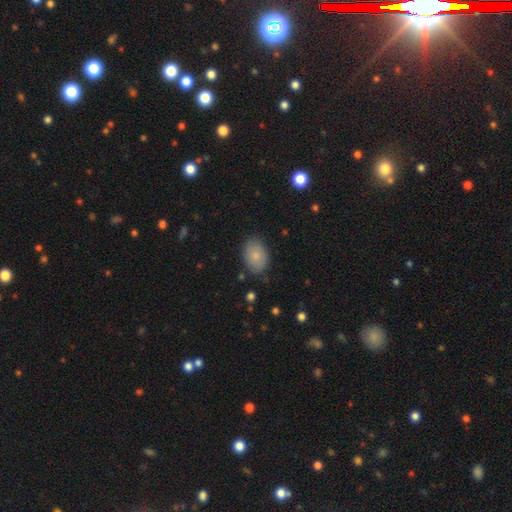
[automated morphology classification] A smooth galaxy with no disk features (81%) that is in between round and cigar-shaped (80%). Merging: none (82%).